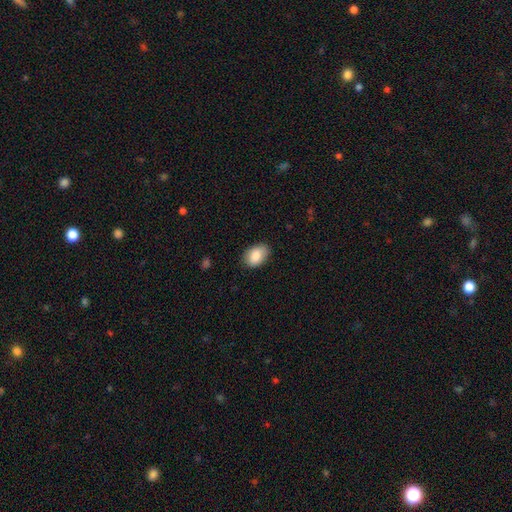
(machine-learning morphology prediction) This is clearly a smooth galaxy (85%). How rounded: clearly in between (86%). Merging: clearly none (83%).